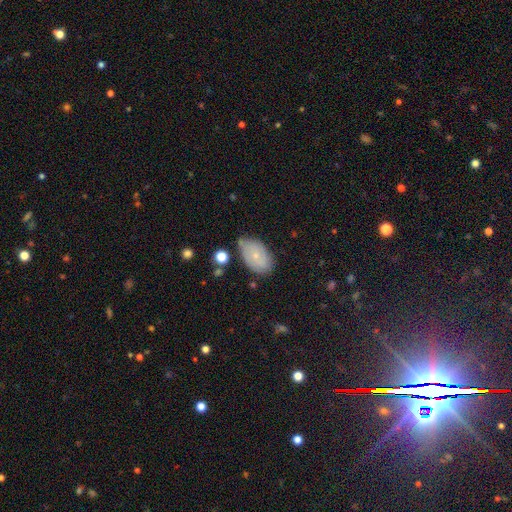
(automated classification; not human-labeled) A smooth galaxy with no disk features (66%) that is in between round and cigar-shaped (91%). Merging: none (64%).